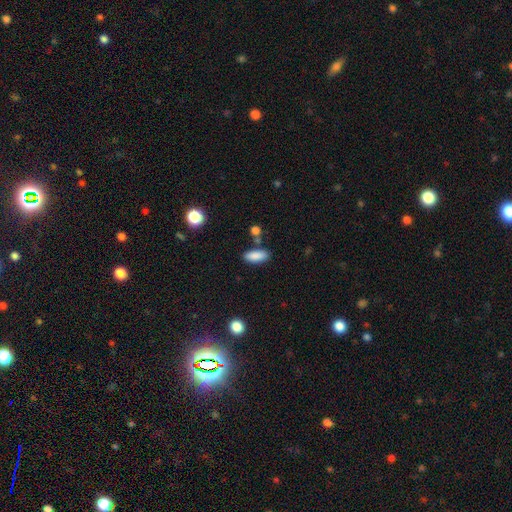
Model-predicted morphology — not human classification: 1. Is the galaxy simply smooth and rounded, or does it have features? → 87% smooth, 7% star or artifact, 5% featured or disk.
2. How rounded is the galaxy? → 78% in between, 19% cigar-shaped, 3% round.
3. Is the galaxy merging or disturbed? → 79% none, 12% minor disturbance, 6% merger, 3% major disturbance.